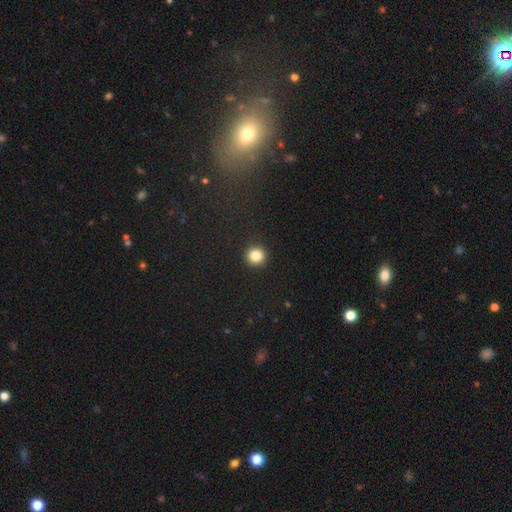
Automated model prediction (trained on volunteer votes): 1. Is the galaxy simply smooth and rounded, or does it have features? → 84% smooth, 11% star or artifact, 5% featured or disk.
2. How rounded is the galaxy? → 94% round, 5% in between, 1% cigar-shaped.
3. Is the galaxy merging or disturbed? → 93% none, 4% minor disturbance, 2% major disturbance, 1% merger.